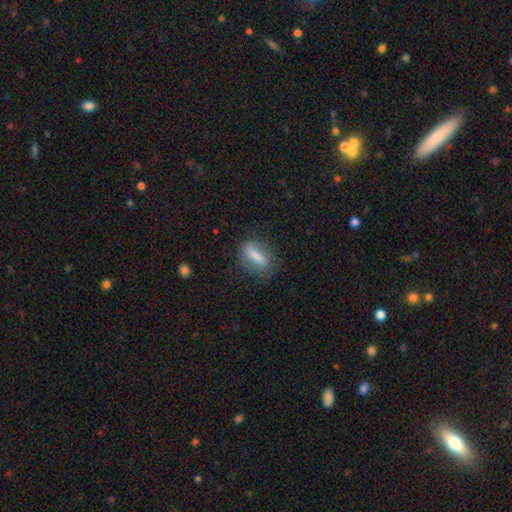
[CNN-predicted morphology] The model was most divided on "how rounded": in between: 51%, cigar-shaped: 42%, round: 7%. More confident: merging — none (68%); smooth or featured — smooth (65%).